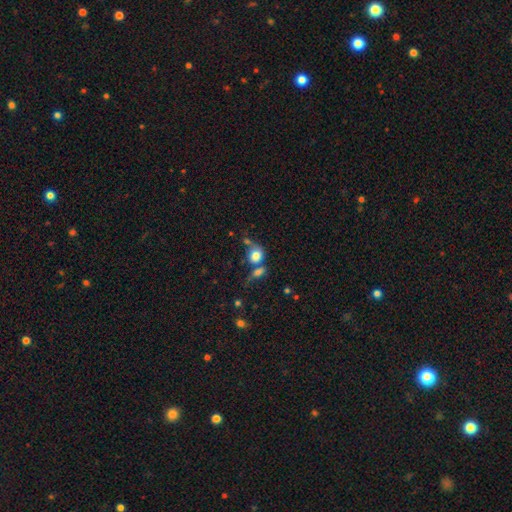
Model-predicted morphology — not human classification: A smooth galaxy with no disk features (78%) that is round (71%).

Vote fractions:
- Smooth or featured? smooth: 78% / featured or disk: 12% / star or artifact: 10%
- How rounded? round: 71% / in between: 27% / cigar-shaped: 2%
- Merging? merger: 42% / none: 35% / minor disturbance: 13% / major disturbance: 10%